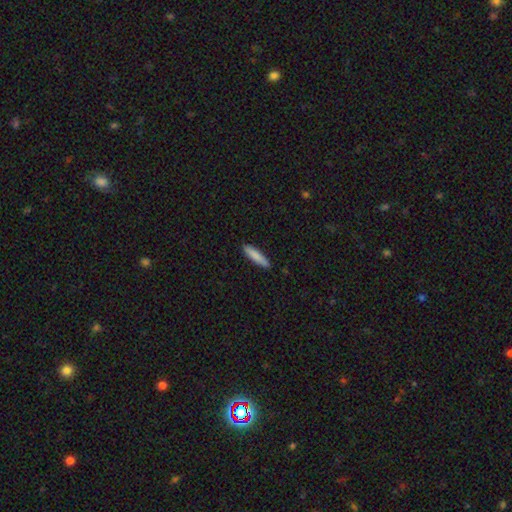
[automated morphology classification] Q: Smooth or featured?
A: smooth (85%); runner-up: featured or disk (10%)
Q: How rounded?
A: cigar-shaped (85%); runner-up: in between (13%)
Q: Merging?
A: none (88%); runner-up: minor disturbance (9%)